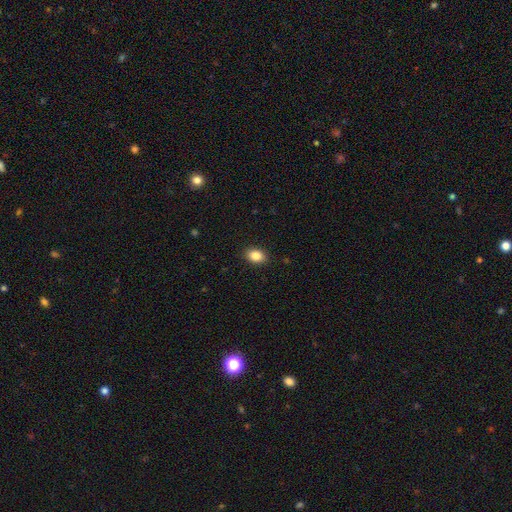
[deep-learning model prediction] smooth 86%, star or artifact 9%, featured or disk 5%. Down the decision tree: how rounded — in between (76%); merging — none (89%).